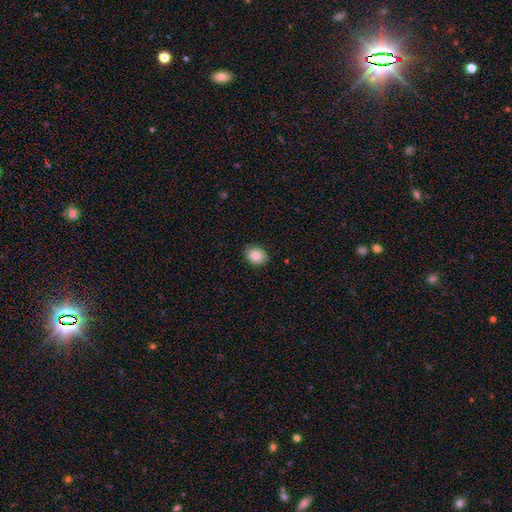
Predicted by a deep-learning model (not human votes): This appears to be a smooth galaxy with no disk features (86%) that is round (52%). Merging: none (84%).